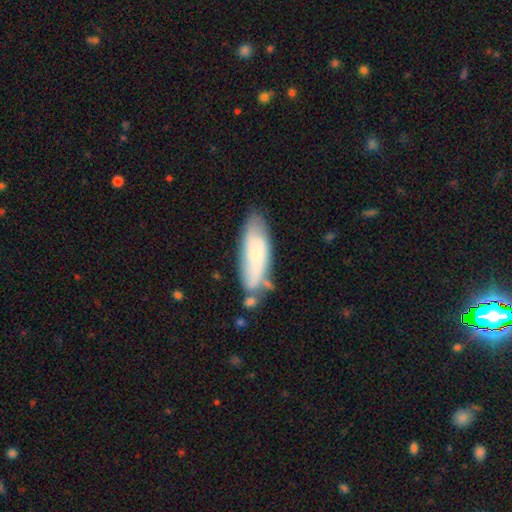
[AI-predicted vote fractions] The model was most divided on "how rounded": in between: 57%, cigar-shaped: 41%, round: 2%. More confident: merging — none (58%); smooth or featured — smooth (58%).